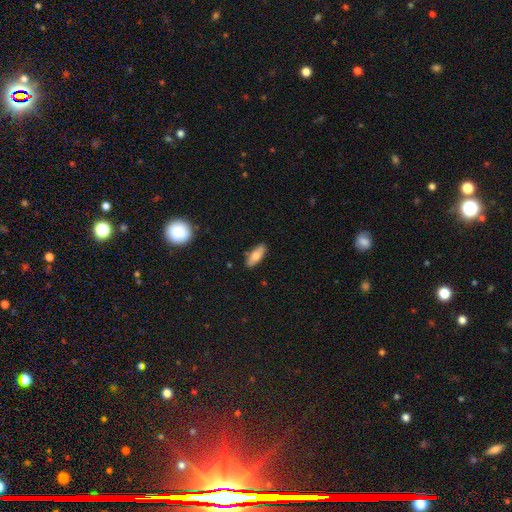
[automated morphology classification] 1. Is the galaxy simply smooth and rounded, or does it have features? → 74% smooth, 19% featured or disk, 7% star or artifact.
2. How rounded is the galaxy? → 69% in between, 29% cigar-shaped, 2% round.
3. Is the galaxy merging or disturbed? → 85% none, 12% minor disturbance, 2% major disturbance, 2% merger.